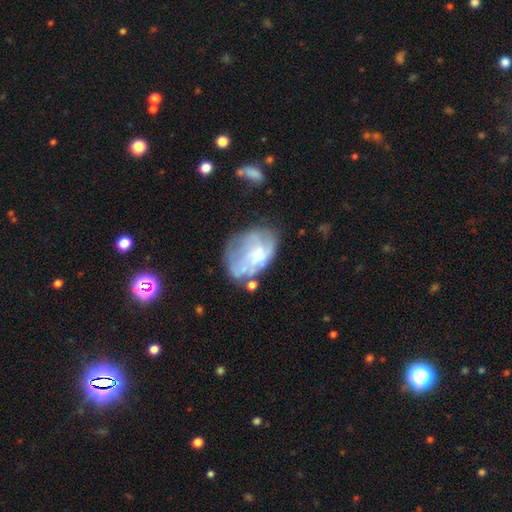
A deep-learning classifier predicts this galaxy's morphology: Smooth or featured? Predicted: featured or disk (p=0.57). Edge-on disk? Predicted: no (p=0.97). Bar? Predicted: no (p=0.73). Spiral arms? Predicted: no (p=0.62). Bulge size? Predicted: none (p=0.42). Merging? Predicted: none (p=0.36).